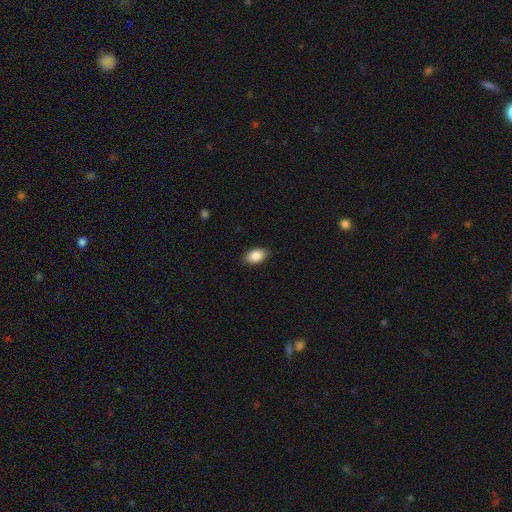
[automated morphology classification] Smooth or featured? smooth (88%)
How rounded? in between (91%)
Merging? none (88%)